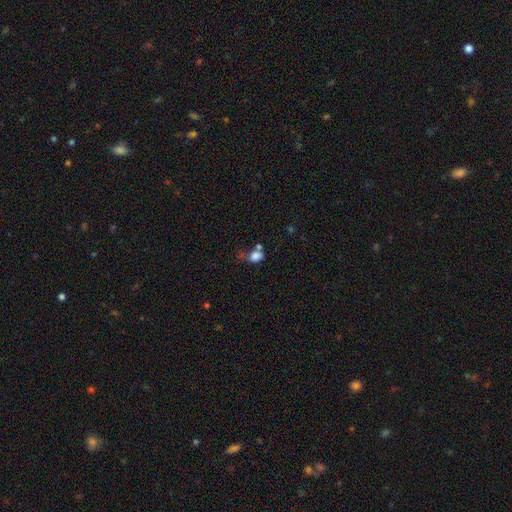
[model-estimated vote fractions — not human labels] Overall: smooth (79%). How rounded: in between (63%; round 36%). Merging: none (33%; merger 26%).